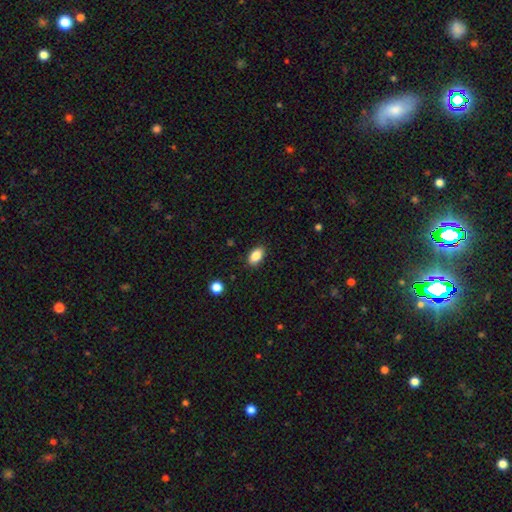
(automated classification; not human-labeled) The model was most divided on "smooth or featured": smooth: 86%, star or artifact: 8%, featured or disk: 5%. More confident: how rounded — in between (91%); merging — none (87%).